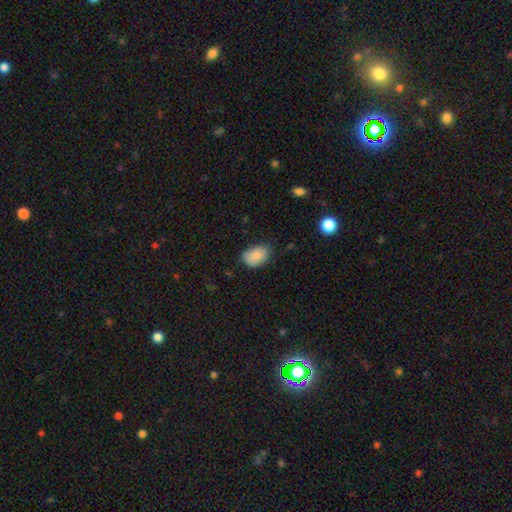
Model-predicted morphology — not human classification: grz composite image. It shows a smooth galaxy with no disk features (84%) that is in between round and cigar-shaped (80%). Merging: none (68%).